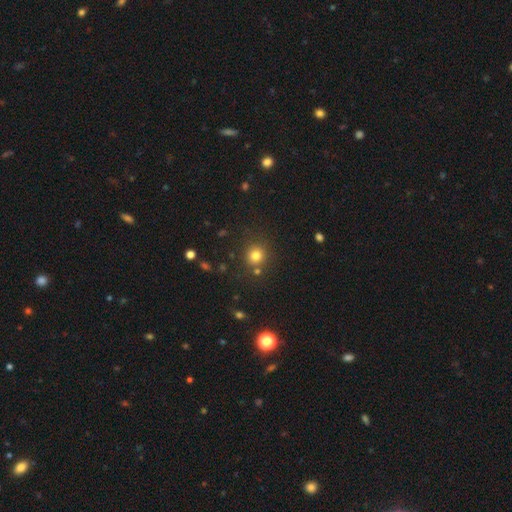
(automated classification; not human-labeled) A smooth galaxy with no disk features (78%) that is round (90%). Merging: none (79%).